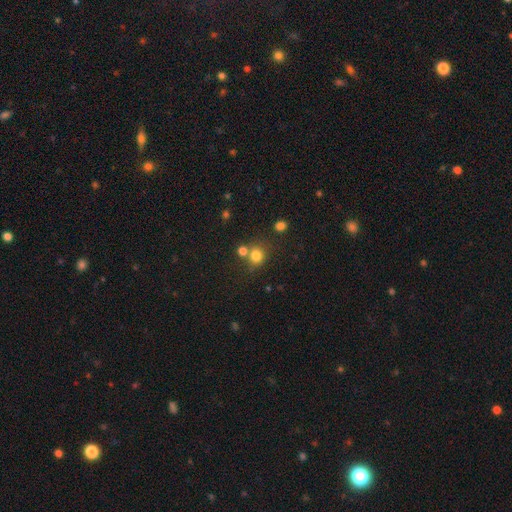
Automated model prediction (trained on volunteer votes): Smooth or featured?
  - smooth: 78% *
  - star or artifact: 15%
  - featured or disk: 8%
How rounded?
  - round: 85% *
  - in between: 14%
  - cigar-shaped: 1%
Merging?
  - none: 61% *
  - merger: 26%
  - minor disturbance: 10%
  - major disturbance: 4%